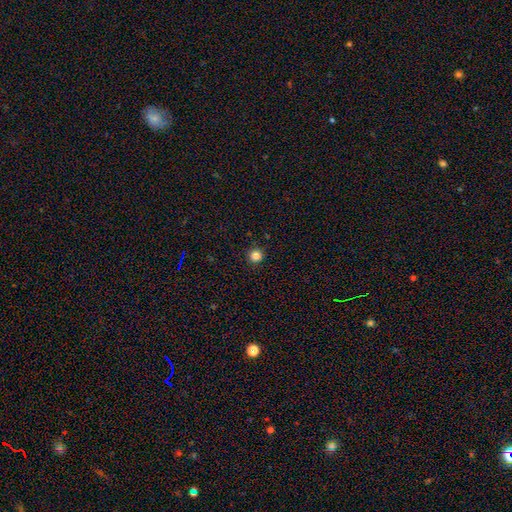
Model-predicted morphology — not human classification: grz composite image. It shows a smooth galaxy with no disk features (84%) that is round (95%). Merging: none (92%).